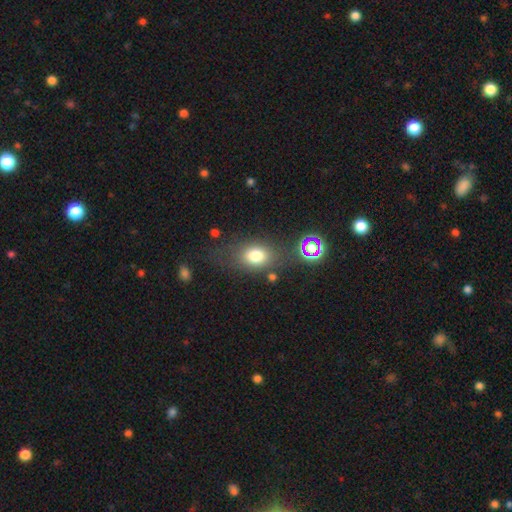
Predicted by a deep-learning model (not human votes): Morphology: type=smooth (76%); roundness=in between (65%); merging=none (68%).